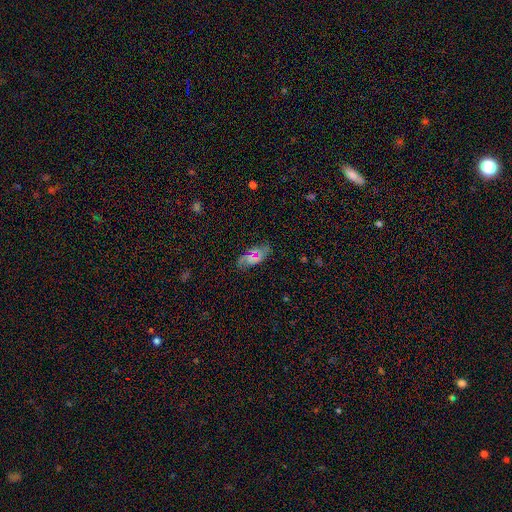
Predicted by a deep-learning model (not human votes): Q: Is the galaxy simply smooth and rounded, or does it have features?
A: featured or disk — 44%.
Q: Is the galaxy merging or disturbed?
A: none — 74%.